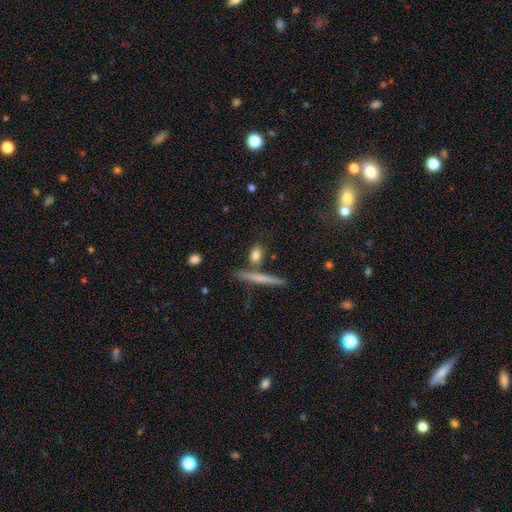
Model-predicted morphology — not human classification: Q: Smooth or featured?
A: smooth (74%); runner-up: featured or disk (17%)
Q: How rounded?
A: in between (47%); runner-up: cigar-shaped (34%)
Q: Merging?
A: none (69%); runner-up: merger (14%)